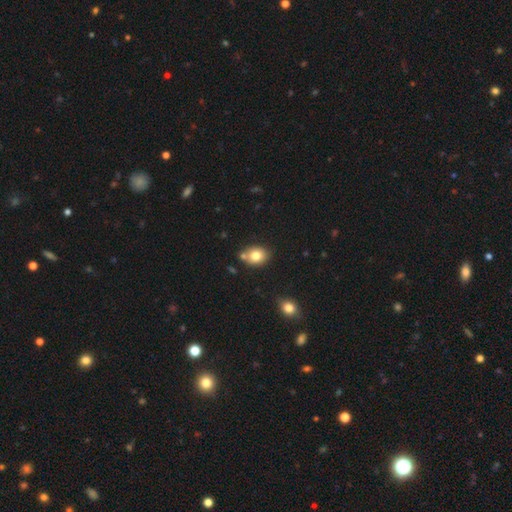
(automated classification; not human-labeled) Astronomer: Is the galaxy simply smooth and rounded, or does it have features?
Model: smooth — 79%.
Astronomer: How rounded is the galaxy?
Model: round — 52% (runner-up: in between, 47%).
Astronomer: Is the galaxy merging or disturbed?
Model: none — 67%.